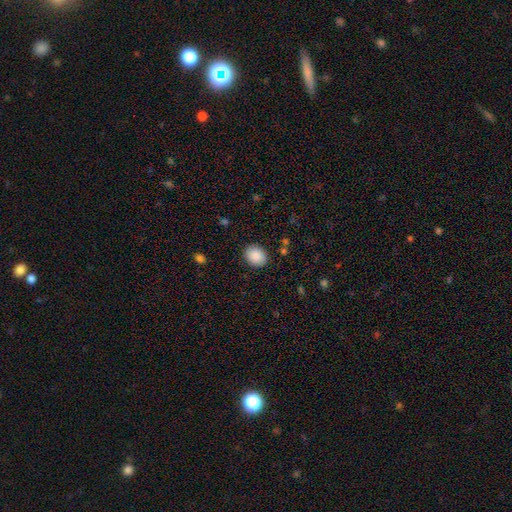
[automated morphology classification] smooth 89%, star or artifact 8%, featured or disk 4%. Down the decision tree: how rounded — round (60%); merging — none (89%).